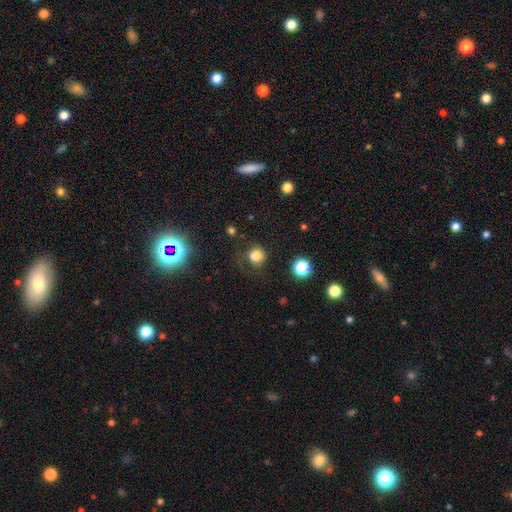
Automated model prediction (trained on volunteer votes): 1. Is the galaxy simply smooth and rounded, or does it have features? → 79% smooth, 15% star or artifact, 6% featured or disk.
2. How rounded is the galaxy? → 78% round, 21% in between, 1% cigar-shaped.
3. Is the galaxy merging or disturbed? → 61% none, 20% minor disturbance, 15% major disturbance, 4% merger.